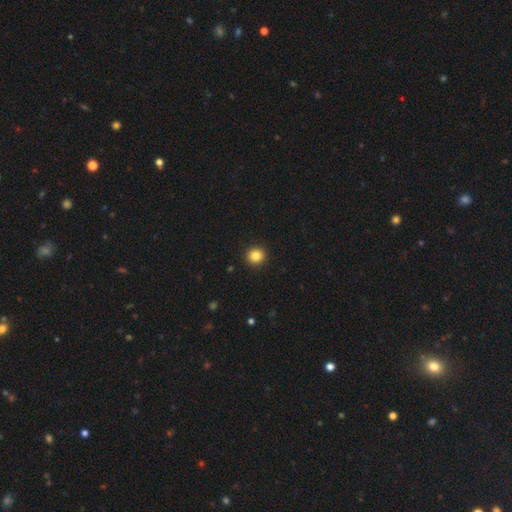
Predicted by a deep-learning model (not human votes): A smooth galaxy with no disk features (85%) that is round (91%).

Vote fractions:
- Smooth or featured? smooth: 85% / star or artifact: 10% / featured or disk: 5%
- How rounded? round: 91% / in between: 8% / cigar-shaped: 1%
- Merging? none: 93% / minor disturbance: 4% / major disturbance: 2% / merger: 1%